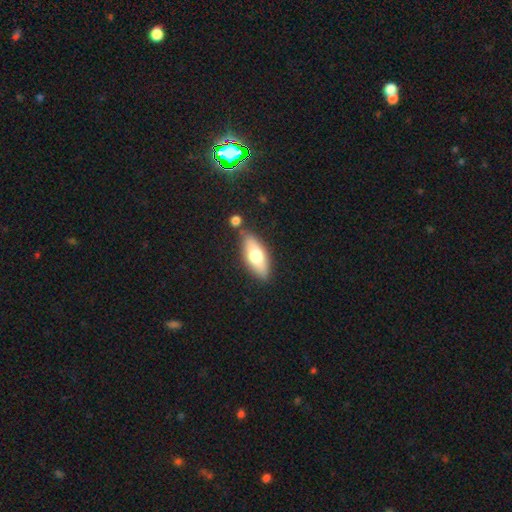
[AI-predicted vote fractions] A smooth galaxy with no disk features (65%) that is in between round and cigar-shaped (71%). Merging: none (76%).